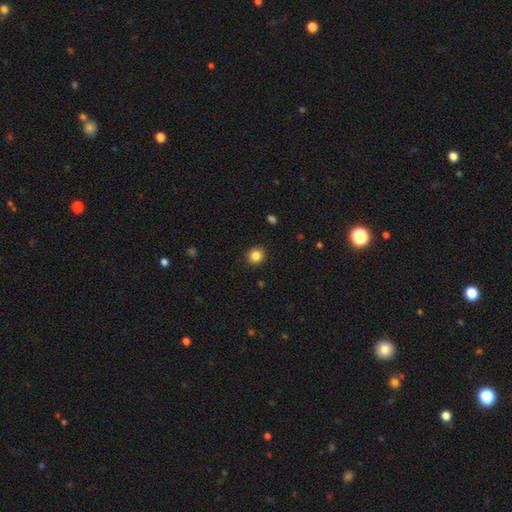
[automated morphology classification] smooth-or-featured: smooth: 85% | star or artifact: 11% | featured or disk: 4%
  how-rounded: round: 89% | in between: 10% | cigar-shaped: 1%
  merging: none: 91% | minor disturbance: 6% | major disturbance: 2% | merger: 1%